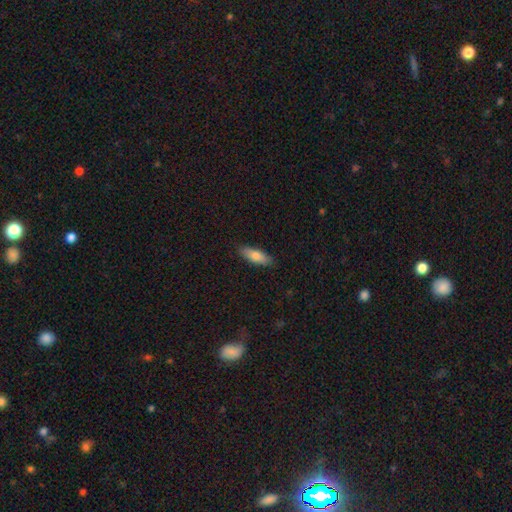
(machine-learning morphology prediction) Smooth or featured? Predicted: smooth (p=0.77). How rounded? Predicted: in between (p=0.59). Merging? Predicted: none (p=0.89).